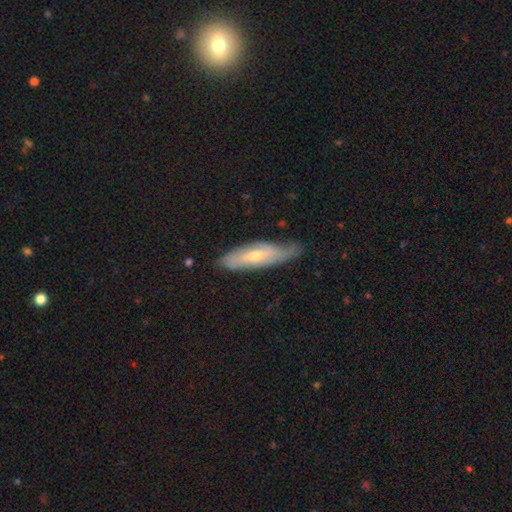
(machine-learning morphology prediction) Smooth or featured? featured or disk (53%)
Edge-on disk? no (59%)
Merging? none (63%)